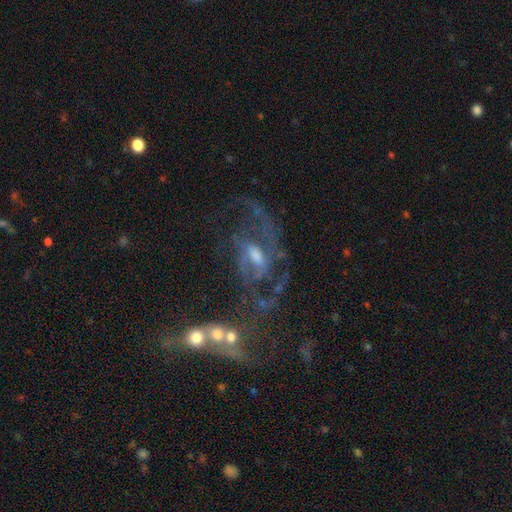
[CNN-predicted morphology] Smooth or featured?
  - featured or disk: 79% *
  - star or artifact: 11%
  - smooth: 10%
Edge-on disk?
  - no: 95% *
  - yes: 5%
Bar?
  - weak: 48% *
  - no: 34%
  - strong: 18%
Spiral arms?
  - yes: 83% *
  - no: 17%
Spiral winding?
  - medium: 44% *
  - loose: 39%
  - tight: 18%
Spiral arm count?
  - 2: 49% *
  - can't tell: 22%
  - 3: 12%
  - 1: 8%
  - 4: 5%
  - more than 4: 4%
Bulge size?
  - moderate: 52% *
  - small: 31%
  - none: 9%
  - large: 7%
  - dominant: 2%
Merging?
  - none: 39% *
  - major disturbance: 30%
  - minor disturbance: 16%
  - merger: 15%